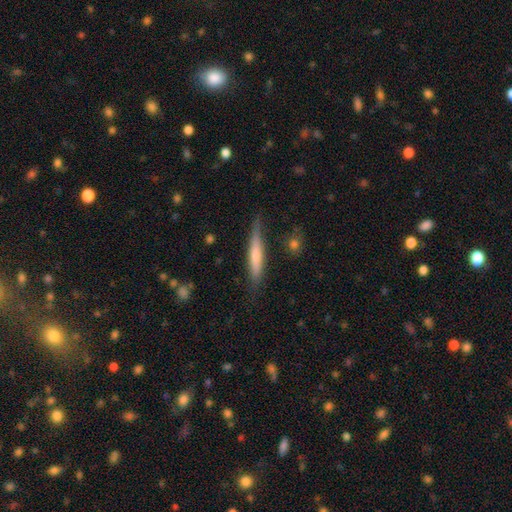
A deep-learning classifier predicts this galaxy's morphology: smooth-or-featured: smooth: 58% | featured or disk: 36% | star or artifact: 6%
  how-rounded: cigar-shaped: 91% | in between: 7% | round: 2%
  merging: none: 73% | minor disturbance: 20% | major disturbance: 4% | merger: 2%